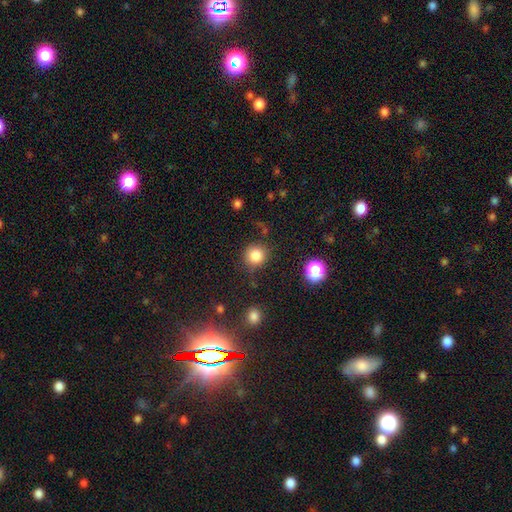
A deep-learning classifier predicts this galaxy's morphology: smooth_or_featured: smooth (p=0.83) [alt: star or artifact p=0.12]
how_rounded: round (p=0.92) [alt: in between p=0.07]
merging: none (p=0.81) [alt: minor disturbance p=0.11]